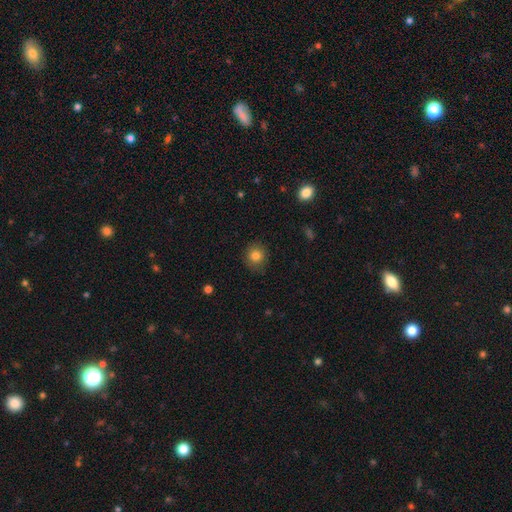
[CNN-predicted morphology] Smooth or featured? Predicted: smooth (p=0.82). How rounded? Predicted: round (p=0.88). Merging? Predicted: none (p=0.86).